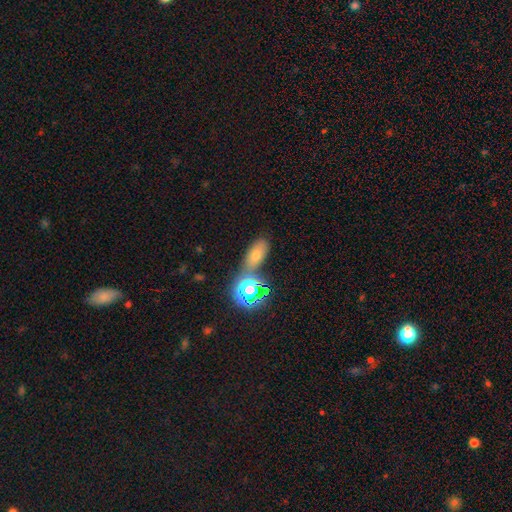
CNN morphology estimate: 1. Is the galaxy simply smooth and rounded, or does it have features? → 54% smooth, 31% star or artifact, 15% featured or disk.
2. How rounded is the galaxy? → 74% in between, 18% round, 8% cigar-shaped.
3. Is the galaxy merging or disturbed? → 68% none, 15% merger, 12% minor disturbance, 4% major disturbance.